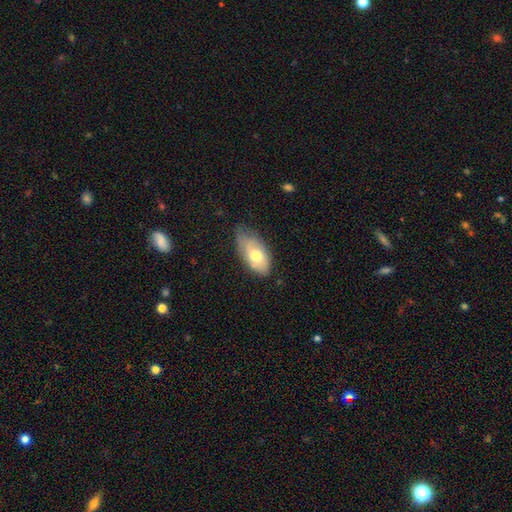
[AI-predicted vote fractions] Smooth or featured: smooth — 59% (featured or disk — 35%)
How rounded: in between — 92% (cigar-shaped — 4%)
Merging: none — 52% (minor disturbance — 37%)